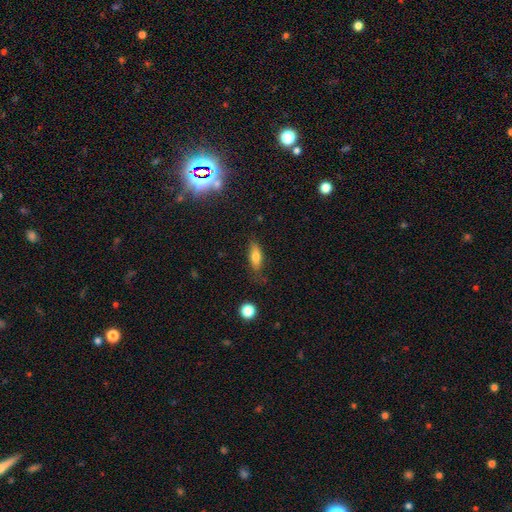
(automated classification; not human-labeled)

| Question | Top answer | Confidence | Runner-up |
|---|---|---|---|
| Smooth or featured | smooth | 74% | featured or disk (17%) |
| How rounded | in between | 69% | cigar-shaped (27%) |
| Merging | none | 71% | minor disturbance (20%) |